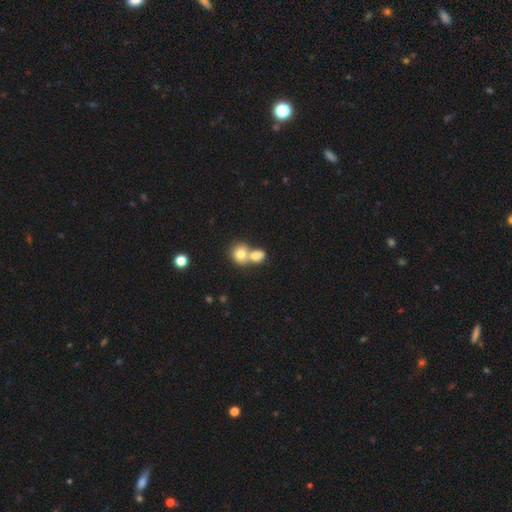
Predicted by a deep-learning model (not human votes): A smooth galaxy with no disk features (76%) that is round (62%).

Vote fractions:
- Smooth or featured? smooth: 76% / featured or disk: 15% / star or artifact: 10%
- How rounded? round: 62% / in between: 37% / cigar-shaped: 1%
- Merging? merger: 67% / none: 24% / minor disturbance: 6% / major disturbance: 3%